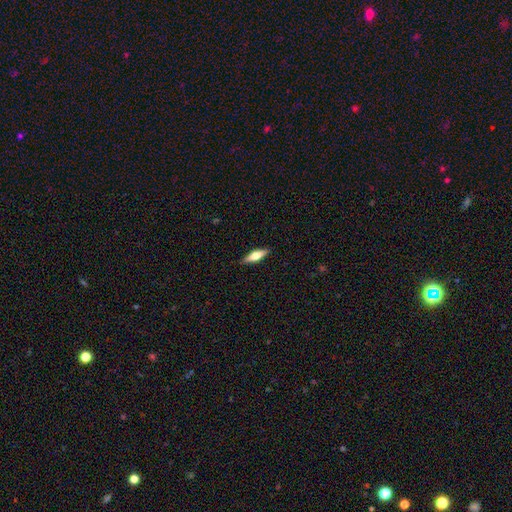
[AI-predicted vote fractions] A featured or disk galaxy (48%). Merging: none (89%).